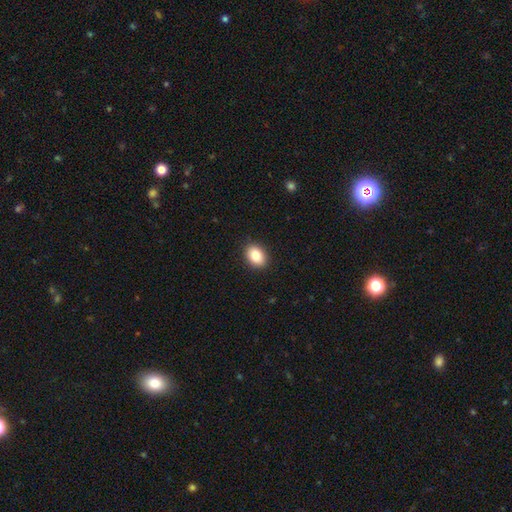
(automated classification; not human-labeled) smooth-or-featured: smooth: 85% | star or artifact: 8% | featured or disk: 7%
  how-rounded: in between: 70% | round: 29% | cigar-shaped: 1%
  merging: none: 90% | minor disturbance: 7% | major disturbance: 2% | merger: 1%